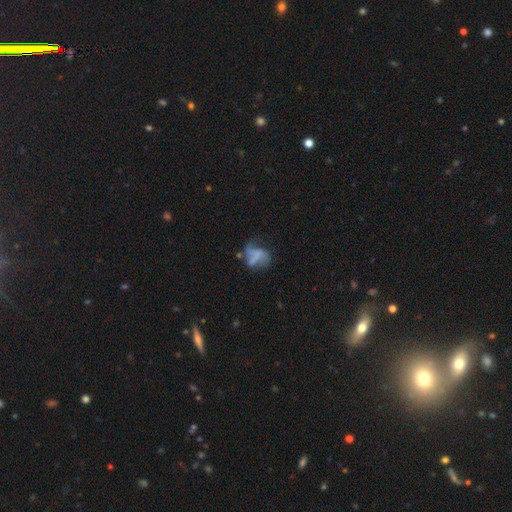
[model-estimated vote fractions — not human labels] featured or disk 48%, smooth 39%, star or artifact 13%. Down the decision tree: merging — major disturbance (39%).